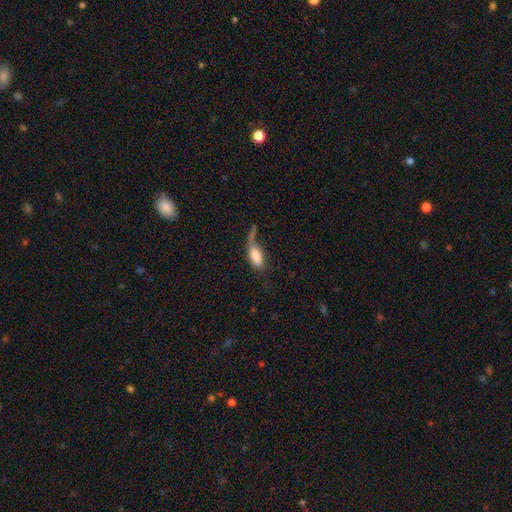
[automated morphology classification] Smooth or featured? smooth (76%)
How rounded? in between (80%)
Merging? major disturbance (35%)